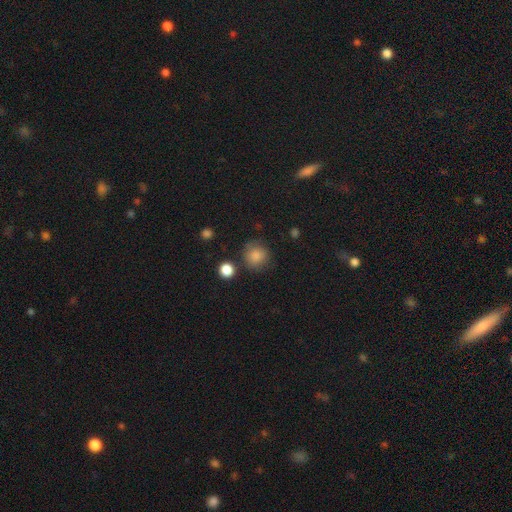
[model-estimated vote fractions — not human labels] Smooth or featured? smooth (84%)
How rounded? round (89%)
Merging? none (77%)